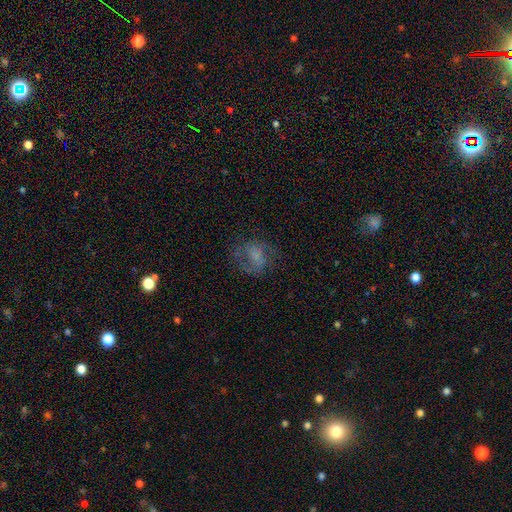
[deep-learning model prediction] Q: Smooth or featured?
A: smooth (44%); runner-up: featured or disk (42%)
Q: Merging?
A: none (57%); runner-up: major disturbance (23%)